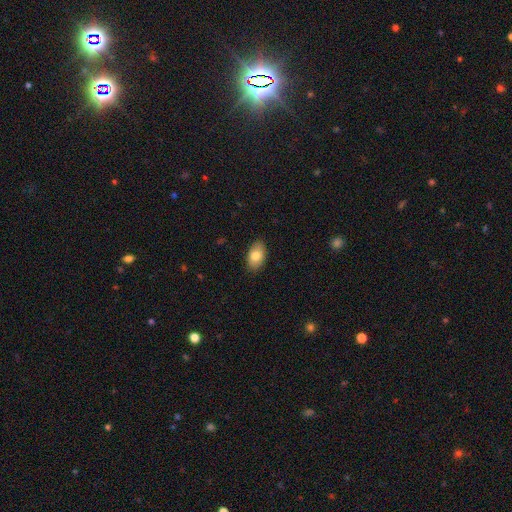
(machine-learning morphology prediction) Smooth or featured: smooth — 80% (featured or disk — 13%)
How rounded: in between — 92% (round — 7%)
Merging: none — 88% (minor disturbance — 9%)